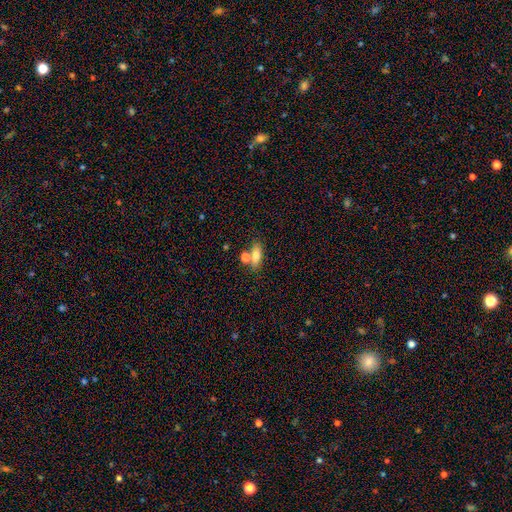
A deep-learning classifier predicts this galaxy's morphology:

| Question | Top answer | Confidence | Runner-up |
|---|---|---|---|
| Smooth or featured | smooth | 77% | featured or disk (14%) |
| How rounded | in between | 68% | cigar-shaped (24%) |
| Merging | none | 57% | merger (26%) |